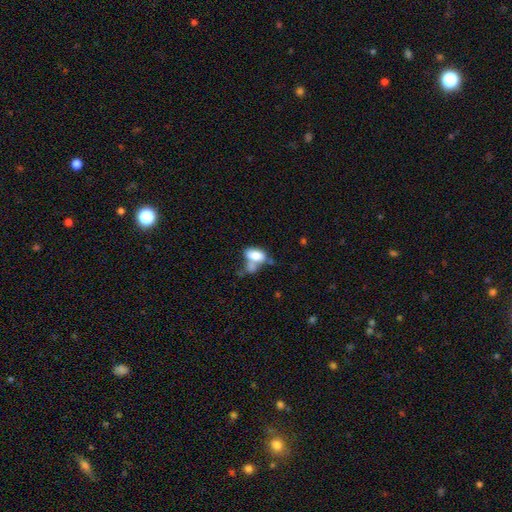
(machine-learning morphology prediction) Smooth or featured? Predicted: smooth (p=0.75). How rounded? Predicted: in between (p=0.90). Merging? Predicted: merger (p=0.42).